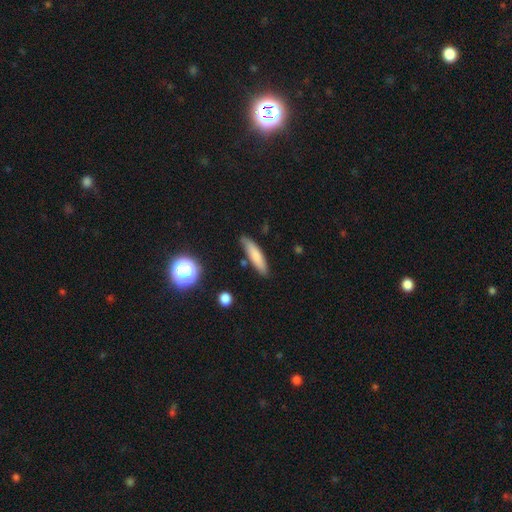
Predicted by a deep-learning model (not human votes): Smooth or featured: smooth — 76% (featured or disk — 17%)
How rounded: cigar-shaped — 76% (in between — 22%)
Merging: none — 79% (minor disturbance — 15%)